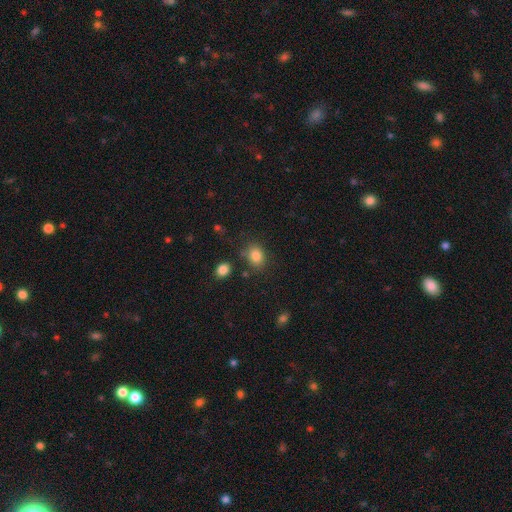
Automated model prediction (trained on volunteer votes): smooth-or-featured: smooth: 83% | star or artifact: 11% | featured or disk: 6%
  how-rounded: in between: 54% | round: 45% | cigar-shaped: 1%
  merging: none: 76% | minor disturbance: 14% | merger: 6% | major disturbance: 4%